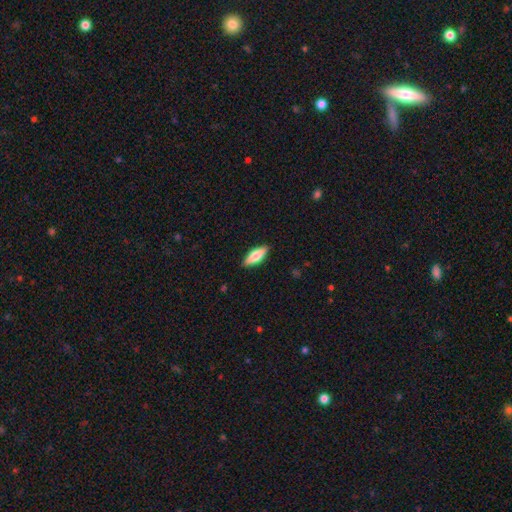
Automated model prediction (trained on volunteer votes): The model was most divided on "how rounded": in between: 59%, cigar-shaped: 39%, round: 2%. More confident: merging — none (88%); smooth or featured — smooth (69%).